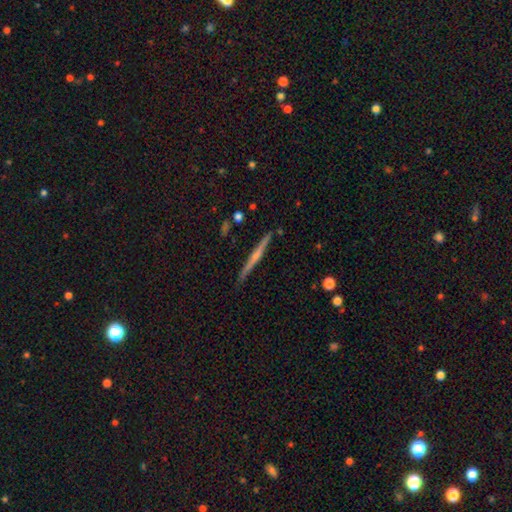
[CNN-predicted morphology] smooth_or_featured: featured or disk (p=0.65) [alt: smooth p=0.29]
disk_edge_on: yes (p=0.98) [alt: no p=0.02]
edge_on_bulge: rounded (p=0.49) [alt: none p=0.41]
merging: none (p=0.89) [alt: minor disturbance p=0.08]